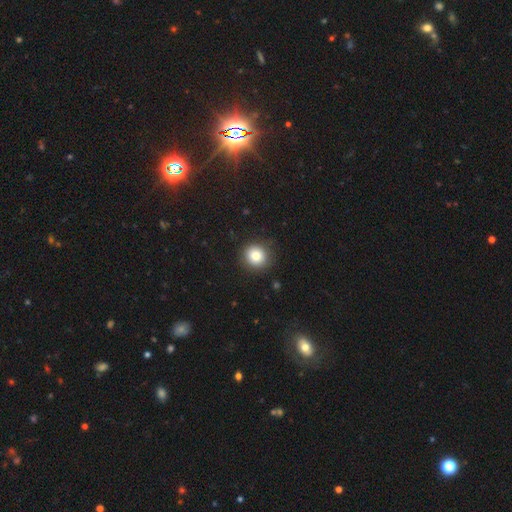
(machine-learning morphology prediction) Smooth or featured? Predicted: smooth (p=0.82). How rounded? Predicted: round (p=0.90). Merging? Predicted: none (p=0.89).